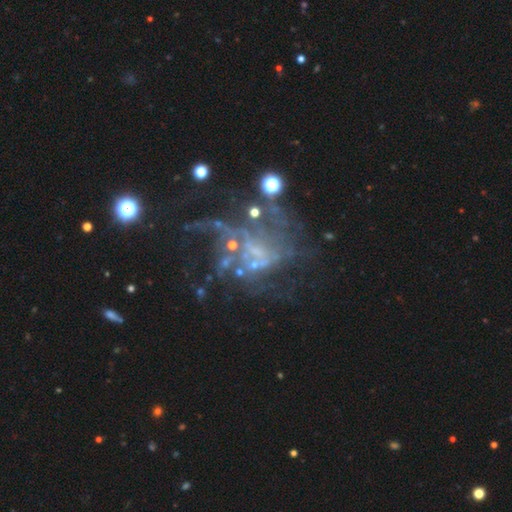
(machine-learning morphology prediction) smooth-or-featured: featured or disk: 67% | star or artifact: 23% | smooth: 10%
  disk-edge-on: no: 98% | yes: 2%
    bar: no: 71% | weak: 22% | strong: 7%
    has-spiral-arms: no: 51% | yes: 49%
    bulge-size: none: 58% | small: 28% | moderate: 11% | large: 2% | dominant: 1%
  merging: major disturbance: 45% | none: 31% | minor disturbance: 13% | merger: 10%